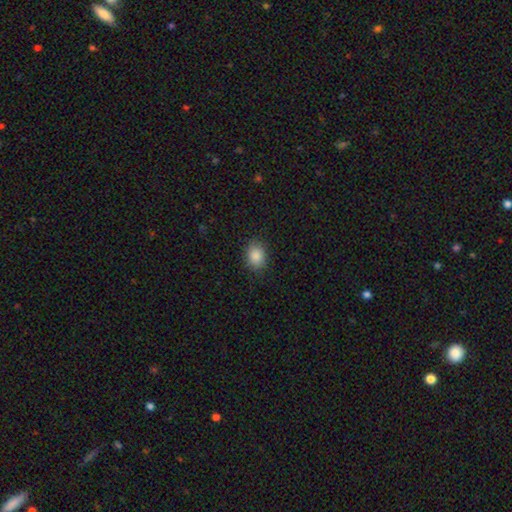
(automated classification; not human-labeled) The model was most divided on "how rounded": in between: 57%, round: 42%, cigar-shaped: 1%. More confident: smooth or featured — smooth (87%); merging — none (86%).